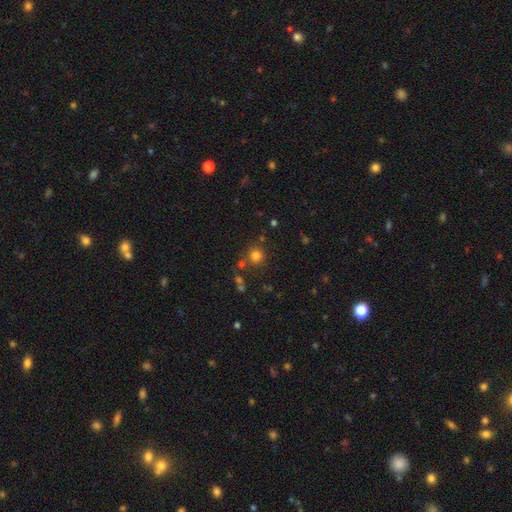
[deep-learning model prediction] smooth-or-featured: smooth: 75% | star or artifact: 18% | featured or disk: 7%
  how-rounded: round: 91% | in between: 8% | cigar-shaped: 1%
  merging: none: 75% | merger: 12% | minor disturbance: 9% | major disturbance: 4%